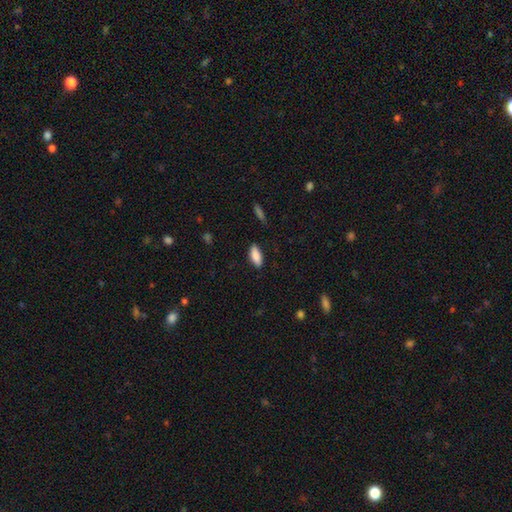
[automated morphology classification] smooth_or_featured: smooth (p=0.88) [alt: star or artifact p=0.06]
how_rounded: in between (p=0.79) [alt: cigar-shaped p=0.19]
merging: none (p=0.87) [alt: minor disturbance p=0.10]